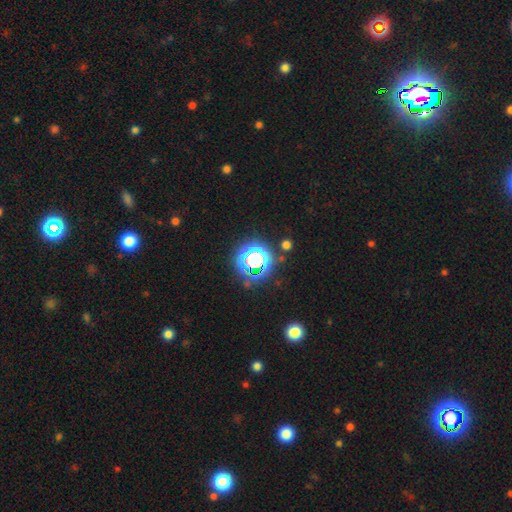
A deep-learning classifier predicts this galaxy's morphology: This appears to be a star or artifact, not a galaxy (63%).